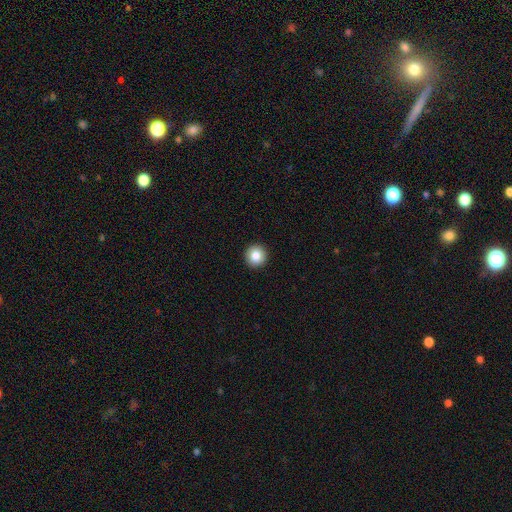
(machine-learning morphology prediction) Smooth or featured? Predicted: smooth (p=0.85). How rounded? Predicted: round (p=0.95). Merging? Predicted: none (p=0.94).